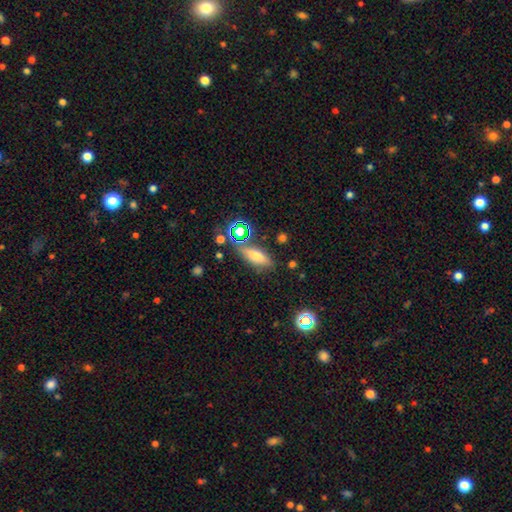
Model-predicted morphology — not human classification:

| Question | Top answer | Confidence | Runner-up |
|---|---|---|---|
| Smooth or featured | smooth | 63% | featured or disk (20%) |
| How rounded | in between | 62% | cigar-shaped (31%) |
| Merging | none | 74% | minor disturbance (15%) |